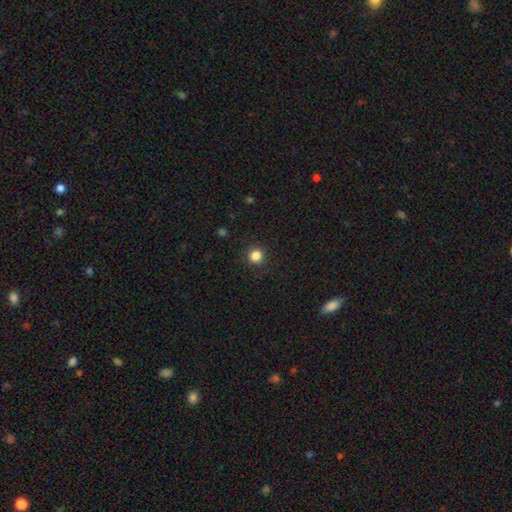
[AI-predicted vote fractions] Smooth or featured: smooth — 84% (star or artifact — 12%)
How rounded: round — 94% (in between — 5%)
Merging: none — 91% (minor disturbance — 6%)